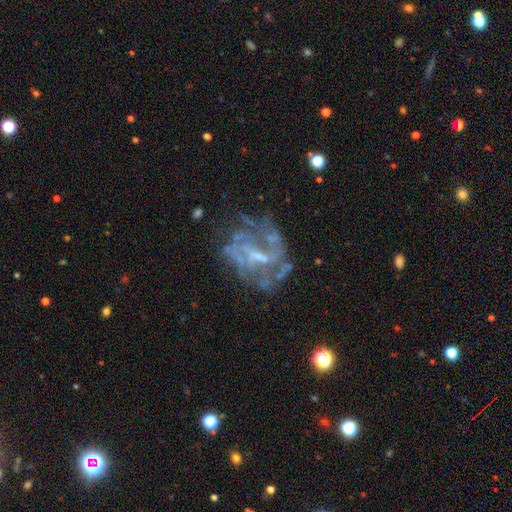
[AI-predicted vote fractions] smooth_or_featured: featured or disk (p=0.76) [alt: star or artifact p=0.13]
disk_edge_on: no (p=0.97) [alt: yes p=0.03]
bar: weak (p=0.44) [alt: no p=0.41]
has_spiral_arms: yes (p=0.51) [alt: no p=0.49]
bulge_size: small (p=0.37) [alt: none p=0.36]
merging: none (p=0.48) [alt: major disturbance p=0.27]